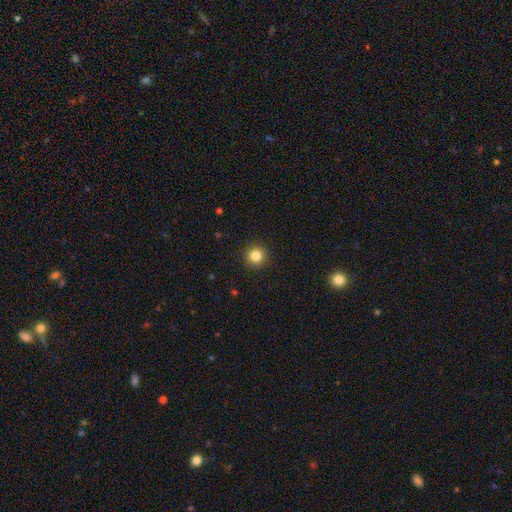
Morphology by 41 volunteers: Overall: smooth (88%). How rounded: round (94%). Merging: none (87%).